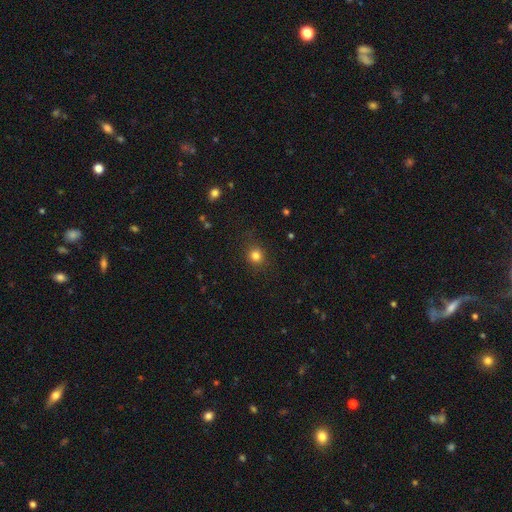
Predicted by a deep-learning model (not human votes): This is clearly a smooth galaxy (81%). How rounded: clearly round (87%). Merging: clearly none (86%).